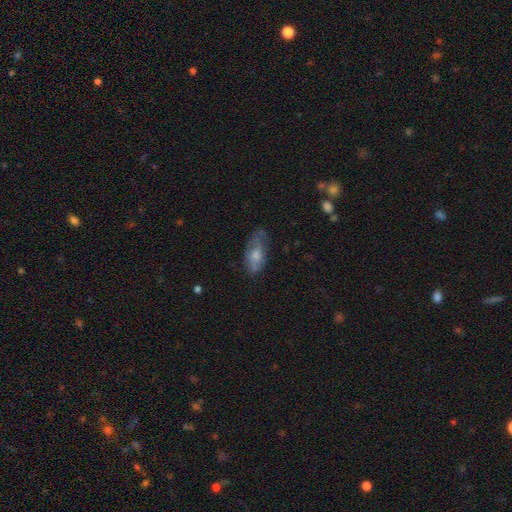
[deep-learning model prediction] The model was most divided on "merging": none: 53%, minor disturbance: 32%, major disturbance: 13%, merger: 2%. More confident: how rounded — in between (85%); smooth or featured — smooth (63%).